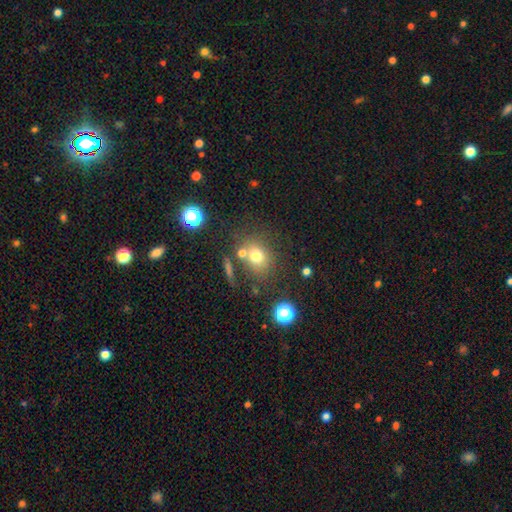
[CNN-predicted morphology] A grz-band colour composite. It shows a smooth galaxy with no disk features (71%) that is round (66%). Merging: none (63%).